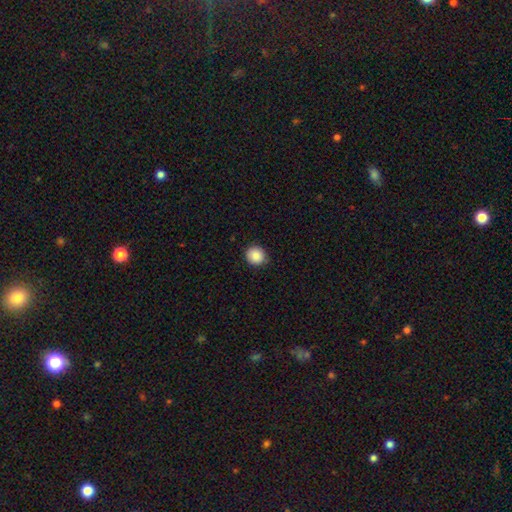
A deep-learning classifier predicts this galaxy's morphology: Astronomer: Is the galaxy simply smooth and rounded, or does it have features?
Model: smooth — 88%.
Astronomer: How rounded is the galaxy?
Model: round — 88%.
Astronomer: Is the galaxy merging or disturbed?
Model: none — 88%.